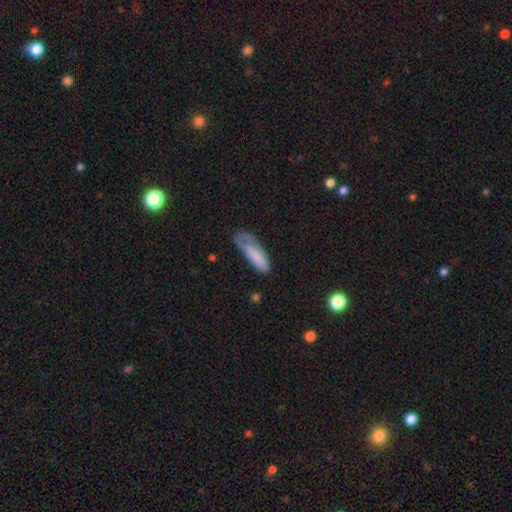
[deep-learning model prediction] A smooth galaxy with no disk features (72%) that is in between round and cigar-shaped (52%).

Vote fractions:
- Smooth or featured? smooth: 72% / featured or disk: 21% / star or artifact: 7%
- How rounded? in between: 52% / cigar-shaped: 46% / round: 2%
- Merging? none: 35% (tied) / minor disturbance: 35% (tied) / major disturbance: 27% / merger: 3%